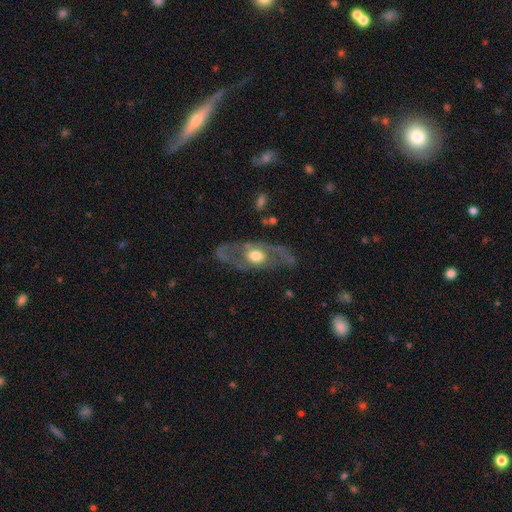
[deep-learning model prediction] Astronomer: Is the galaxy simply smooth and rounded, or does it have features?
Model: featured or disk — 75%.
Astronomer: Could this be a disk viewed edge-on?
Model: no — 87%.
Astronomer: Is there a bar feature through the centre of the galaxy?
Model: no — 73%.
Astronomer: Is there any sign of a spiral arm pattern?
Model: yes — 59% (runner-up: no, 41%).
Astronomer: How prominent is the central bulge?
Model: moderate — 65%.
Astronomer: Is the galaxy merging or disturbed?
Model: none — 69%.